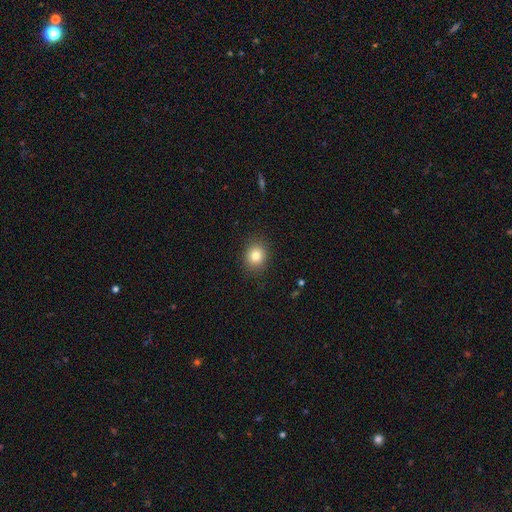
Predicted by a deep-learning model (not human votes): Morphology: type=smooth (81%); roundness=round (70%); merging=none (88%).